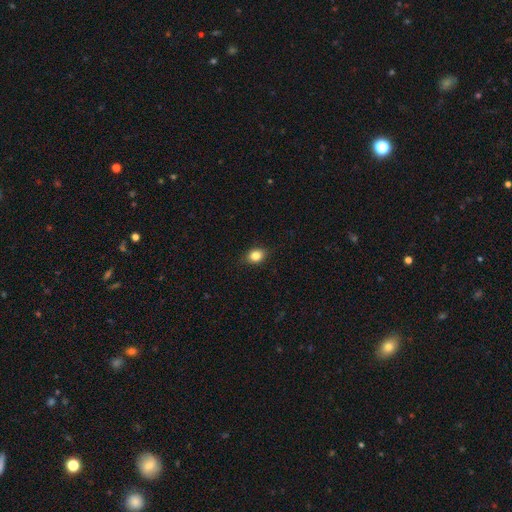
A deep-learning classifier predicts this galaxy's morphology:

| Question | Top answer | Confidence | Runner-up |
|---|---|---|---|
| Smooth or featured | smooth | 83% | star or artifact (10%) |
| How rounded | in between | 56% | round (42%) |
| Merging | none | 86% | minor disturbance (11%) |